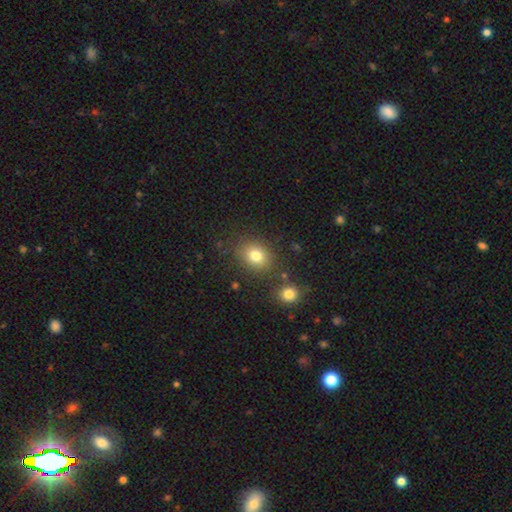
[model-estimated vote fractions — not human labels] A smooth galaxy with no disk features (79%) that is round (60%). Merging: none (80%).